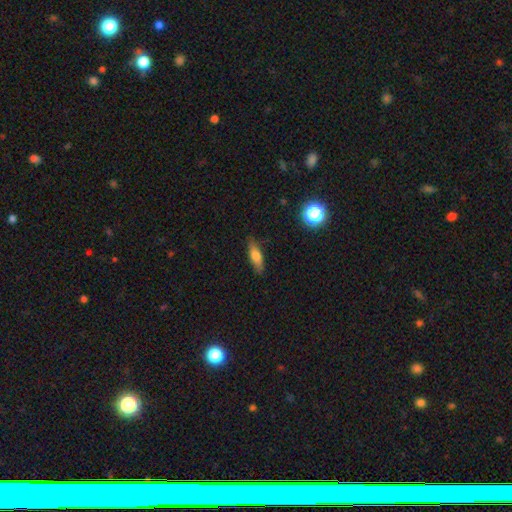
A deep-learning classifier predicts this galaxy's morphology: Smooth or featured?
  - smooth: 69% *
  - featured or disk: 22%
  - star or artifact: 9%
How rounded?
  - cigar-shaped: 48% * (tied)
  - in between: 48% * (tied)
  - round: 3%
Merging?
  - none: 82% *
  - minor disturbance: 14%
  - major disturbance: 3%
  - merger: 1%